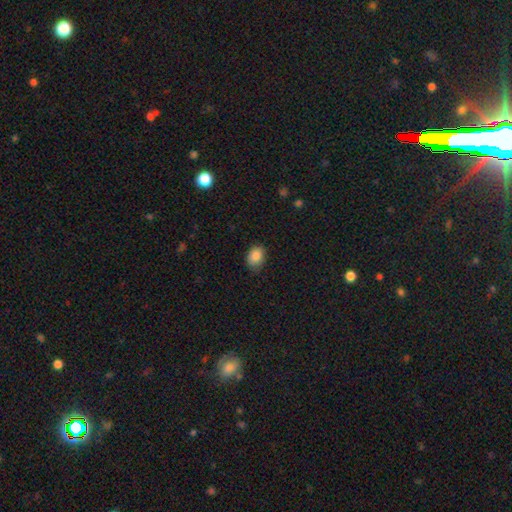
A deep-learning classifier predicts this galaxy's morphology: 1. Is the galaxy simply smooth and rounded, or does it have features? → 86% smooth, 8% star or artifact, 6% featured or disk.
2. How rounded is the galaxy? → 72% in between, 27% round, 1% cigar-shaped.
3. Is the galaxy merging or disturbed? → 77% none, 19% minor disturbance, 3% major disturbance, 1% merger.